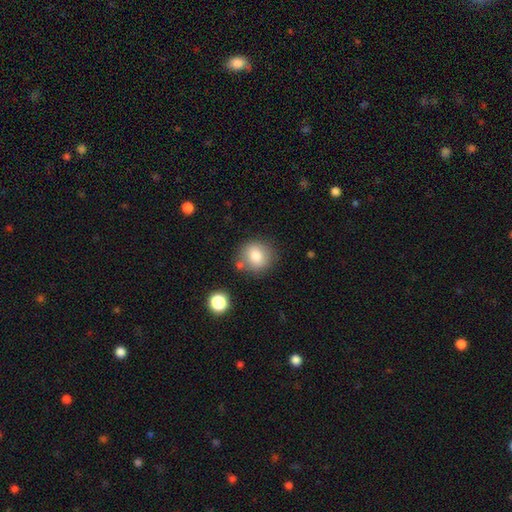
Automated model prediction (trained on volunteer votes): Overall: smooth (82%). How rounded: round (85%). Merging: none (77%).